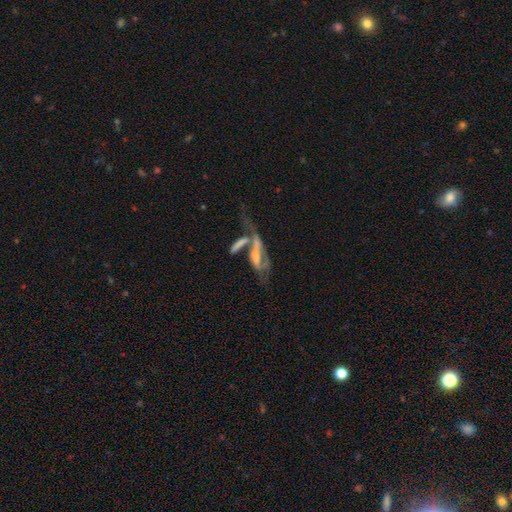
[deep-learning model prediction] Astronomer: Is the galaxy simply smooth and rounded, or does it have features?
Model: featured or disk — 70%.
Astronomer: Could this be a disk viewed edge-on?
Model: no — 74%.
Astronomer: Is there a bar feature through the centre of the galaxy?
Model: no — 46% (runner-up: weak, 31%).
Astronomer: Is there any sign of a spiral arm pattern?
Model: yes — 73%.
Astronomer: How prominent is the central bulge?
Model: moderate — 37%, tied with small at 37%.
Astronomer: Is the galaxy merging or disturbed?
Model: merger — 52%.